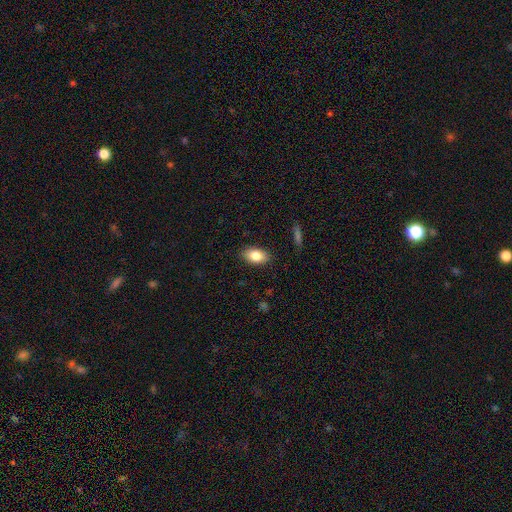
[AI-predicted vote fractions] Q: Smooth or featured?
A: smooth (83%); runner-up: featured or disk (10%)
Q: How rounded?
A: in between (91%); runner-up: round (7%)
Q: Merging?
A: none (87%); runner-up: minor disturbance (10%)